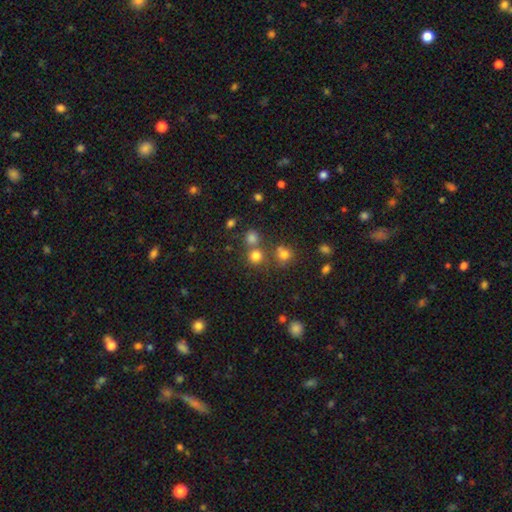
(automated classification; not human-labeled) smooth_or_featured: smooth (p=0.75) [alt: star or artifact p=0.18]
how_rounded: round (p=0.89) [alt: in between p=0.10]
merging: none (p=0.67) [alt: merger p=0.22]